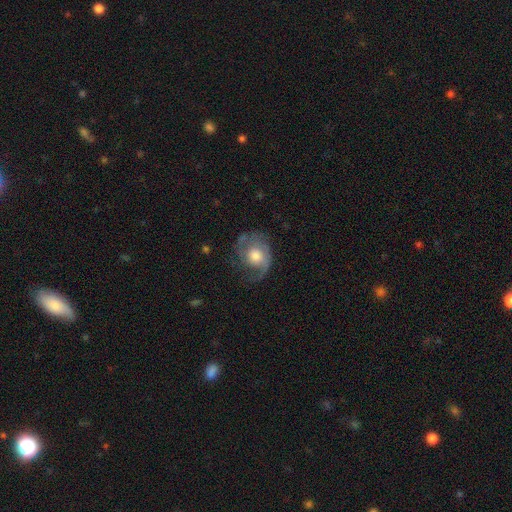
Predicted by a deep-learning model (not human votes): Q: Smooth or featured?
A: featured or disk (64%); runner-up: smooth (29%)
Q: Edge-on disk?
A: no (97%); runner-up: yes (3%)
Q: Bar?
A: no (77%); runner-up: weak (20%)
Q: Spiral arms?
A: yes (84%); runner-up: no (16%)
Q: Spiral winding?
A: medium (41%); runner-up: tight (31%)
Q: Spiral arm count?
A: 2 (41%); runner-up: 1 (30%)
Q: Bulge size?
A: moderate (52%); runner-up: large (34%)
Q: Merging?
A: none (50%); runner-up: major disturbance (24%)